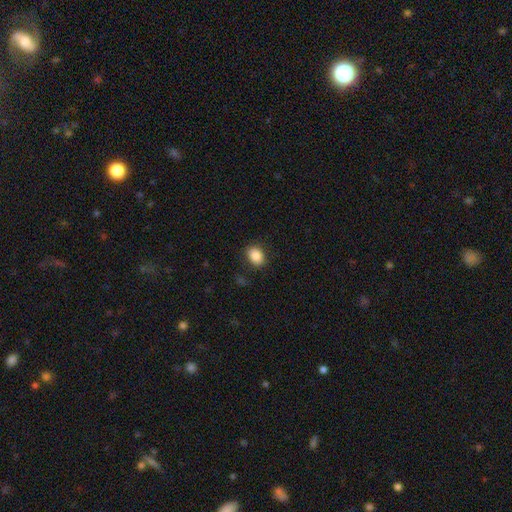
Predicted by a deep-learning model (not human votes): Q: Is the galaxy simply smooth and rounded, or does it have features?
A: smooth — 86%.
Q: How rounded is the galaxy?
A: in between — 58%.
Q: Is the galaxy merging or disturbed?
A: none — 85%.